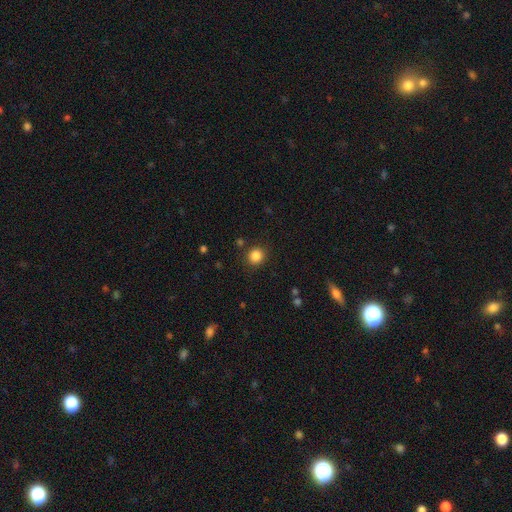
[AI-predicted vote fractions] Morphology: type=smooth (85%); roundness=round (88%); merging=none (87%).